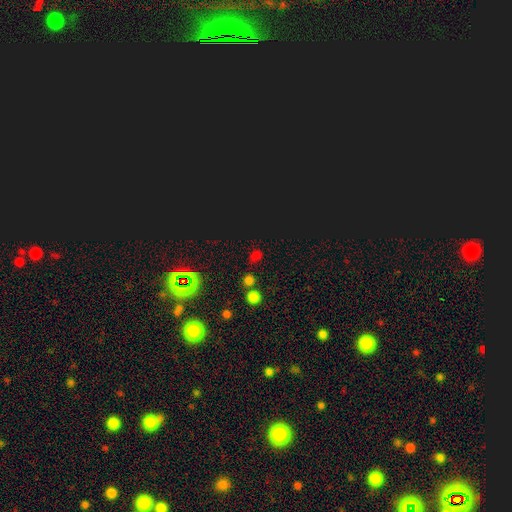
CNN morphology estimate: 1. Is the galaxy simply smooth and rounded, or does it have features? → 56% star or artifact, 38% smooth, 6% featured or disk.